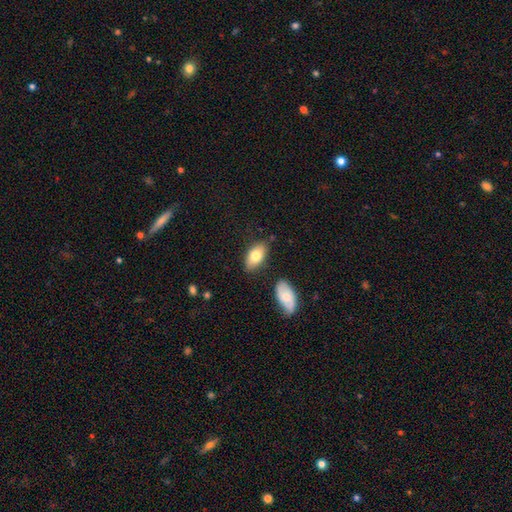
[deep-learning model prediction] Smooth or featured? smooth (78%)
How rounded? in between (92%)
Merging? none (78%)